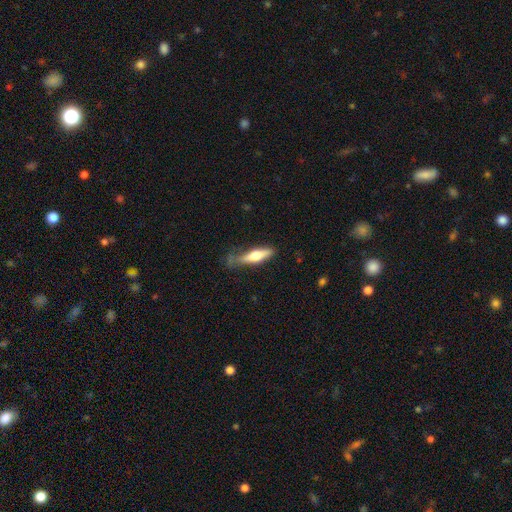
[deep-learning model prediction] Smooth or featured? smooth (55%)
How rounded? cigar-shaped (72%)
Merging? none (59%)